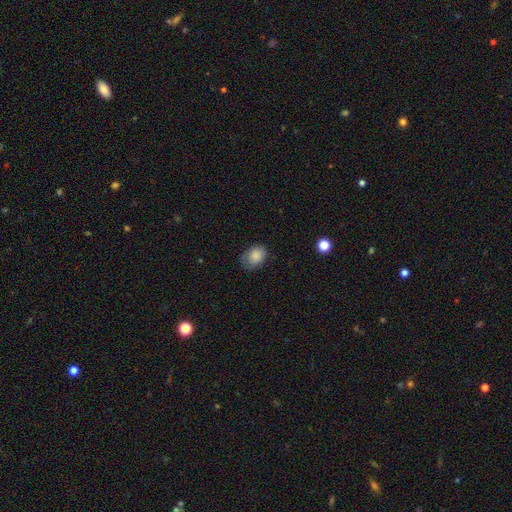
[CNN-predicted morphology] A smooth galaxy with no disk features (86%) that is in between round and cigar-shaped (68%). Merging: none (66%).